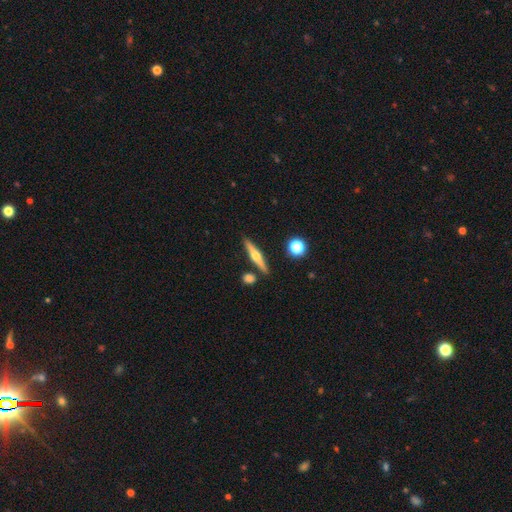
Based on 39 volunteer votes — smooth_or_featured: featured or disk (p=0.62) [alt: smooth p=0.28]
disk_edge_on: yes (p=1.00)
edge_on_bulge: rounded (p=0.83) [alt: boxy p=0.08]
merging: none (p=0.89) [alt: major disturbance p=0.06]